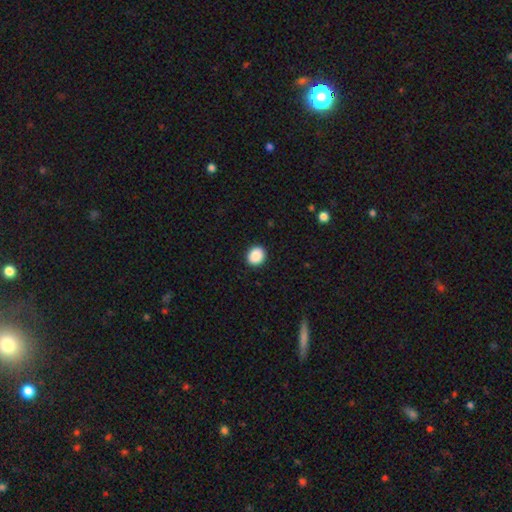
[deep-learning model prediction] Morphology: type=smooth (89%); roundness=round (70%); merging=none (92%).